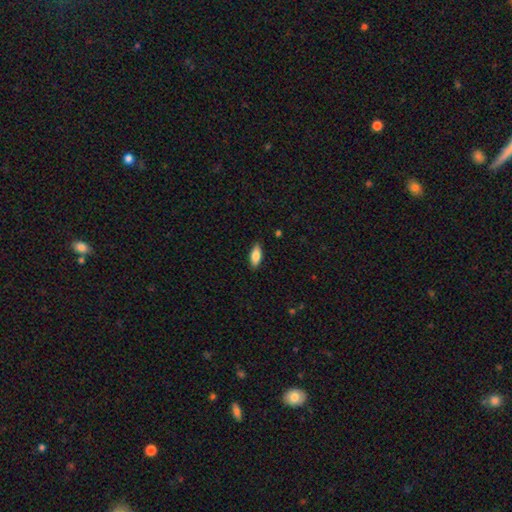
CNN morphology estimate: Smooth or featured: smooth — 82% (featured or disk — 11%)
How rounded: in between — 80% (cigar-shaped — 18%)
Merging: none — 86% (minor disturbance — 11%)